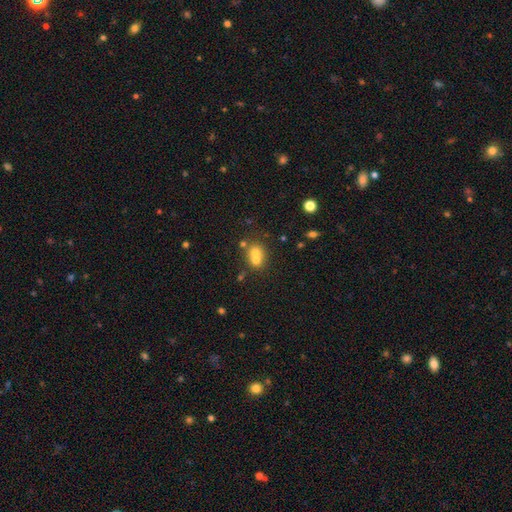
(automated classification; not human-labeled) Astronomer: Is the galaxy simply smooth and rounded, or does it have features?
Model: smooth — 66%.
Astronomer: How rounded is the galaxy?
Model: round — 61% (runner-up: in between, 38%).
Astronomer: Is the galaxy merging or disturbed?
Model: merger — 60%.